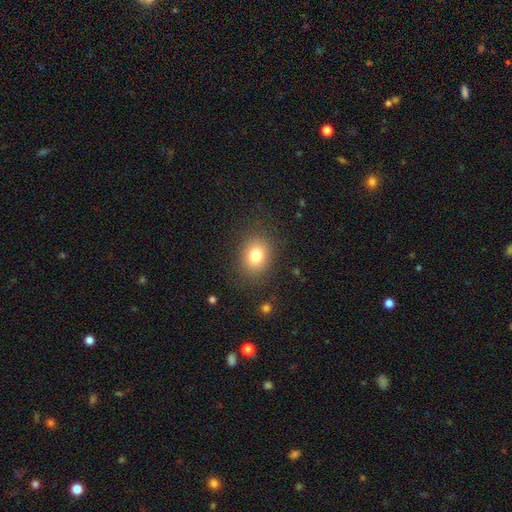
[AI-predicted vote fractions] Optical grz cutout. It shows a smooth galaxy with no disk features (79%) that is round (55%). Merging: none (83%).